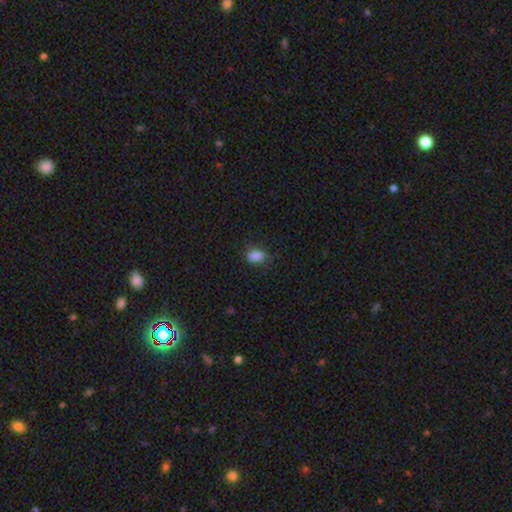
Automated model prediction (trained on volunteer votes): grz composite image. It shows a smooth galaxy with no disk features (84%) that is in between round and cigar-shaped (79%). Merging: none (67%).